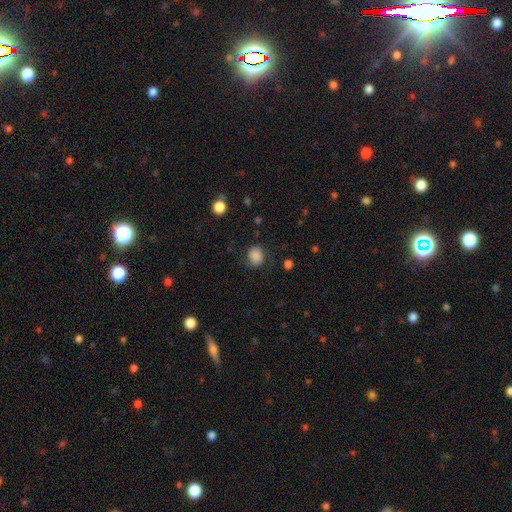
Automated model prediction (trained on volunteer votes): Q: Smooth or featured?
A: smooth (83%); runner-up: star or artifact (10%)
Q: How rounded?
A: round (67%); runner-up: in between (32%)
Q: Merging?
A: none (69%); runner-up: minor disturbance (21%)